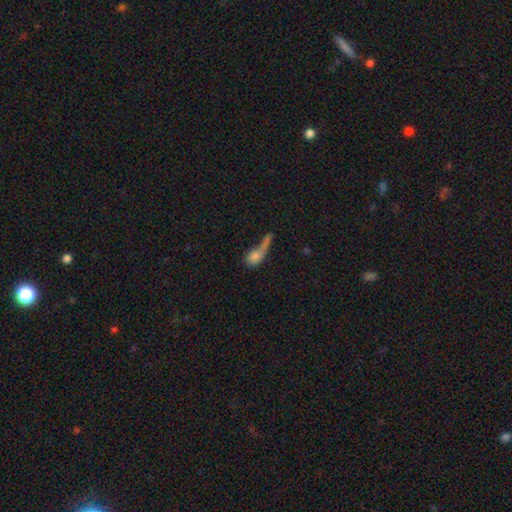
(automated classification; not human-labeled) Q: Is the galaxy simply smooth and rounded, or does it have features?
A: smooth — 64%.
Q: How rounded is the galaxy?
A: in between — 50%.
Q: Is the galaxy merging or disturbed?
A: merger — 35%.